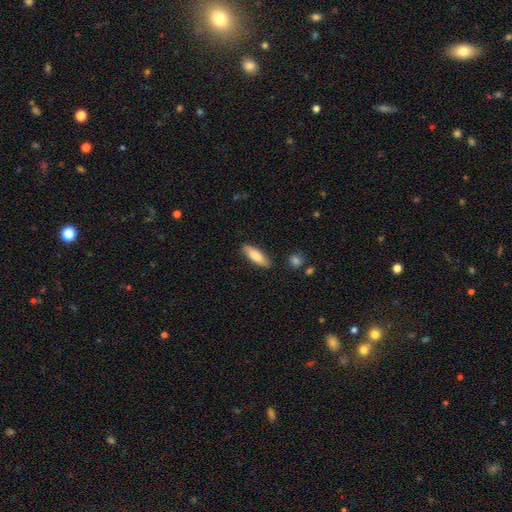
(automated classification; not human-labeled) Overall: smooth (80%). How rounded: in between (54%; cigar-shaped 44%). Merging: none (85%).